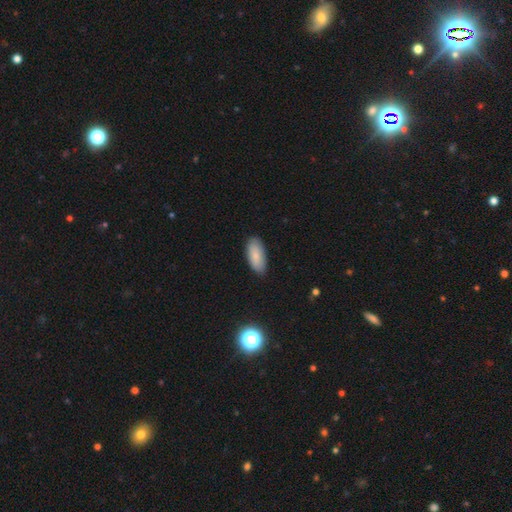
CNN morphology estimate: The model was most divided on "smooth or featured": smooth: 84%, featured or disk: 10%, star or artifact: 6%. More confident: how rounded — in between (87%); merging — none (86%).